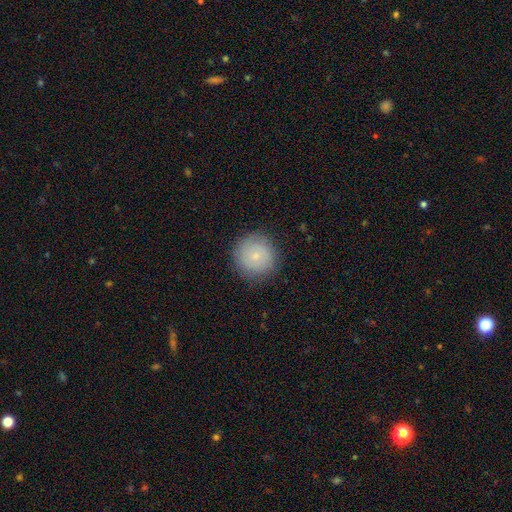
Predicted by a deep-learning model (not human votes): This is likely a smooth galaxy (68%). How rounded: clearly round (94%). Merging: clearly none (85%).